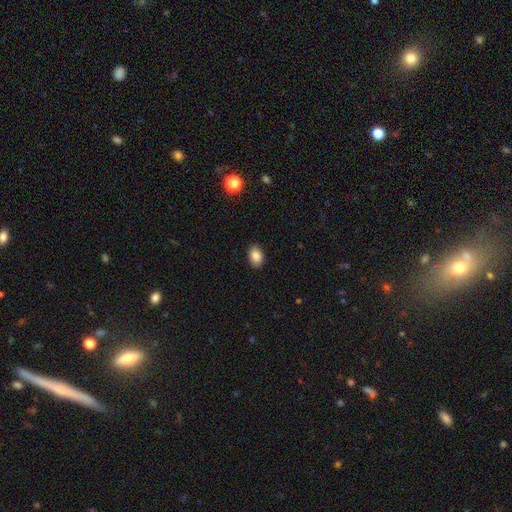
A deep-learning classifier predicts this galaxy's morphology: Smooth or featured? Predicted: smooth (p=0.86). How rounded? Predicted: in between (p=0.82). Merging? Predicted: none (p=0.89).